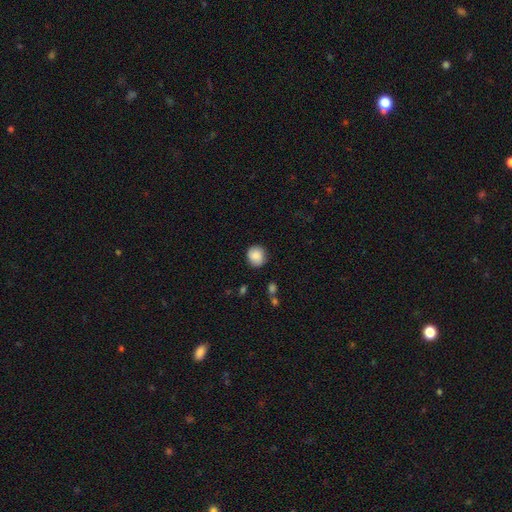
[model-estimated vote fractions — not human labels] This appears to be a smooth galaxy with no disk features (86%) that is round (83%). Merging: none (84%).